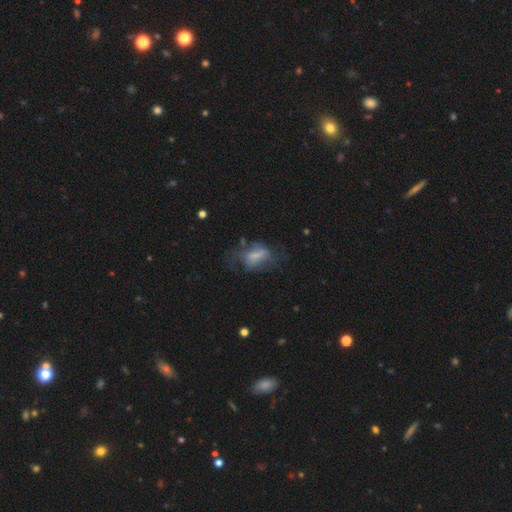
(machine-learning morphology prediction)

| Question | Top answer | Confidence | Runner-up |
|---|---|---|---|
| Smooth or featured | smooth | 47% | featured or disk (42%) |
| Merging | major disturbance | 36% | none (35%) |